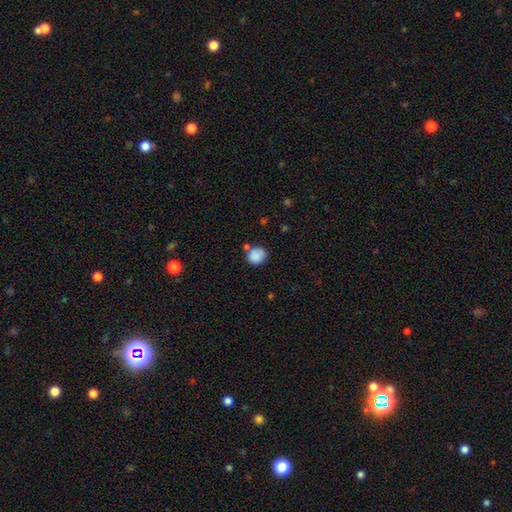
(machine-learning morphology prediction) The model was most divided on "merging": none: 65%, minor disturbance: 17%, merger: 13%, major disturbance: 5%. More confident: smooth or featured — smooth (86%); how rounded — round (76%).